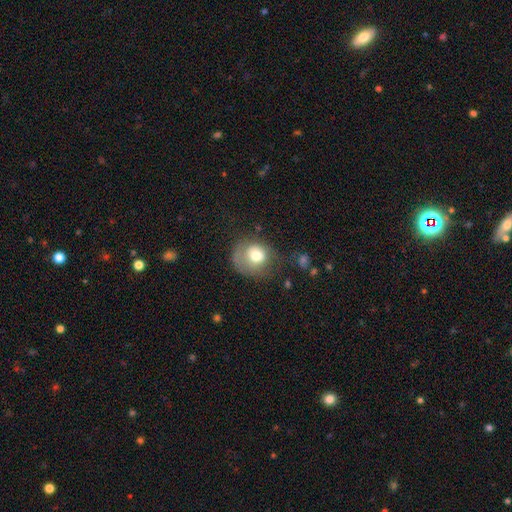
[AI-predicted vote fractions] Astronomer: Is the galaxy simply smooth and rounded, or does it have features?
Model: smooth — 69%.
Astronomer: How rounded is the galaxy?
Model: round — 69%.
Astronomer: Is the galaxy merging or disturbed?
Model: none — 37% (runner-up: major disturbance, 30%).